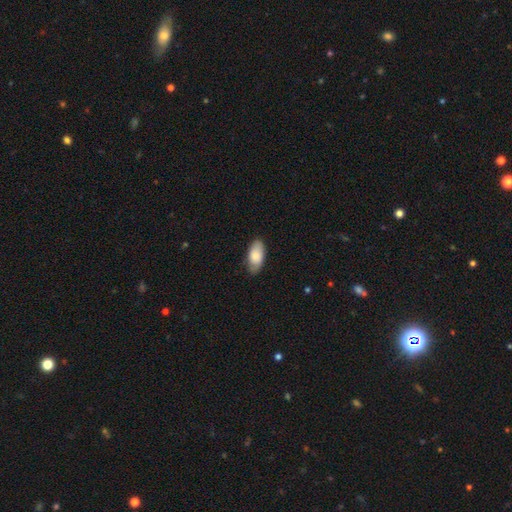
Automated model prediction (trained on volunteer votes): smooth-or-featured: smooth: 82% | featured or disk: 12% | star or artifact: 6%
  how-rounded: in between: 93% | cigar-shaped: 4% | round: 2%
  merging: none: 76% | minor disturbance: 20% | major disturbance: 3% | merger: 1%